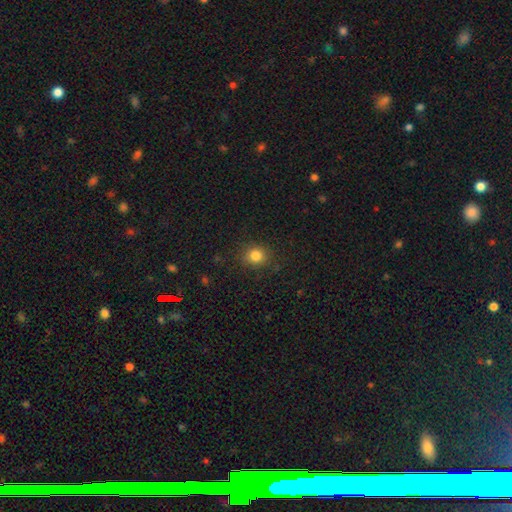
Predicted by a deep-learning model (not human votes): Q: Smooth or featured?
A: smooth (82%); runner-up: star or artifact (13%)
Q: How rounded?
A: round (80%); runner-up: in between (19%)
Q: Merging?
A: none (87%); runner-up: minor disturbance (9%)